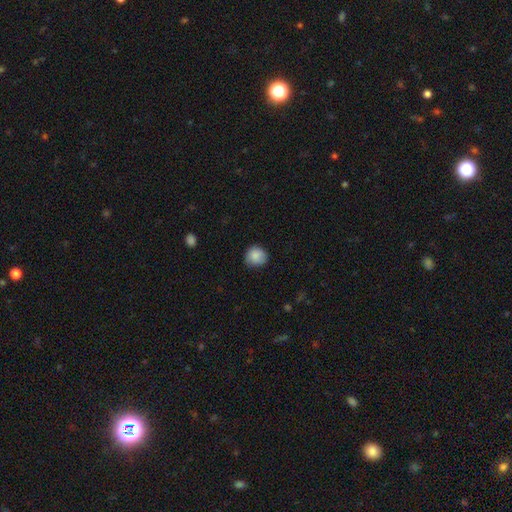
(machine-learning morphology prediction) smooth-or-featured: smooth: 87% | star or artifact: 8% | featured or disk: 6%
  how-rounded: round: 83% | in between: 17% | cigar-shaped: 1%
  merging: none: 76% | minor disturbance: 20% | major disturbance: 3% | merger: 1%